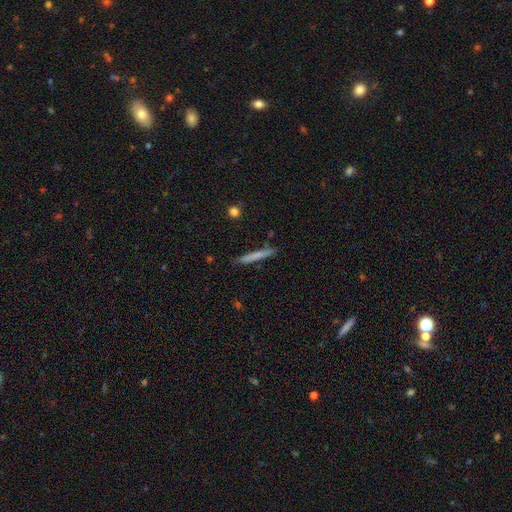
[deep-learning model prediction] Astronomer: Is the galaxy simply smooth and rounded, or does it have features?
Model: smooth — 68%.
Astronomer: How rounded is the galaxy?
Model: cigar-shaped — 96%.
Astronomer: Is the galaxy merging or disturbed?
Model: none — 85%.